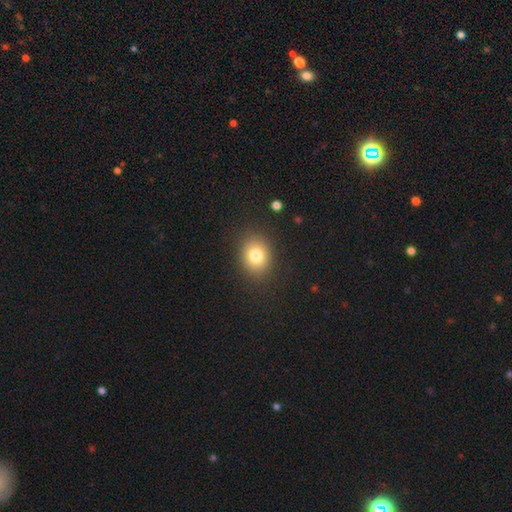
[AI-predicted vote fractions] Q: Smooth or featured?
A: smooth (79%); runner-up: star or artifact (12%)
Q: How rounded?
A: round (58%); runner-up: in between (41%)
Q: Merging?
A: none (87%); runner-up: minor disturbance (8%)